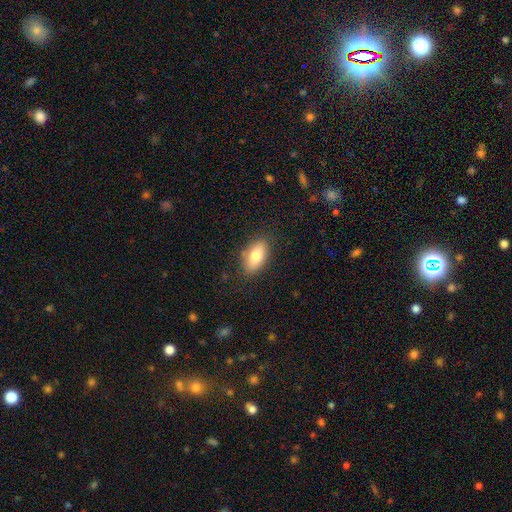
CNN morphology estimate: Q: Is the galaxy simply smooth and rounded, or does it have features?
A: smooth — 79%.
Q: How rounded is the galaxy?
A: in between — 90%.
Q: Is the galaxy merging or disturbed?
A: none — 83%.